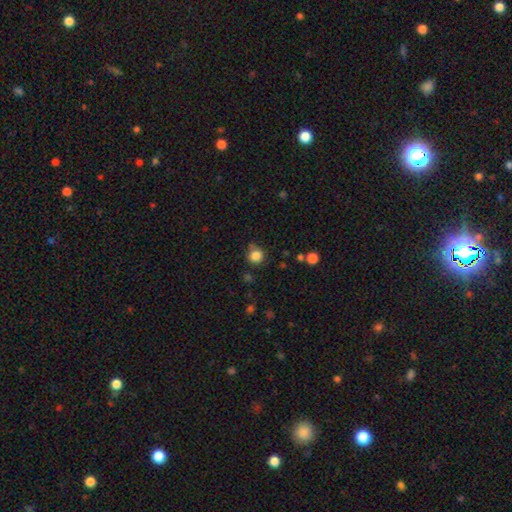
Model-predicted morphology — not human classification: A smooth galaxy with no disk features (84%) that is round (89%). Merging: none (75%).